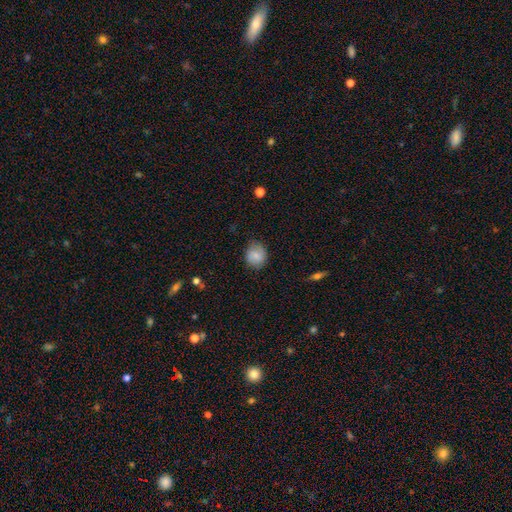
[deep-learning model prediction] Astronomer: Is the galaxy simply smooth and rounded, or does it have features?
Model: smooth — 81%.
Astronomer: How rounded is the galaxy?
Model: round — 68%.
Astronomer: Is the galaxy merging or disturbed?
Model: none — 75%.